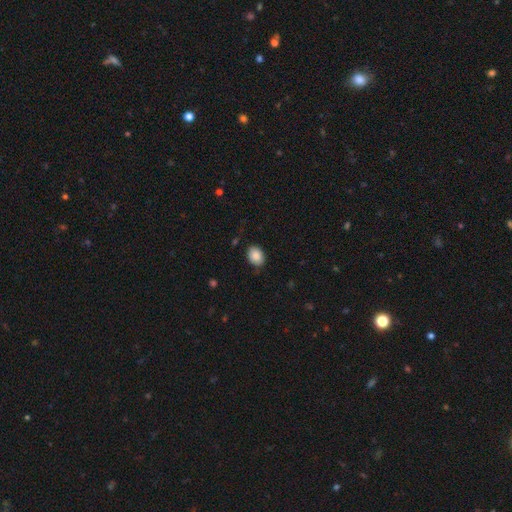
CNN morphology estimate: Smooth or featured? Predicted: smooth (p=0.87). How rounded? Predicted: in between (p=0.68). Merging? Predicted: none (p=0.82).